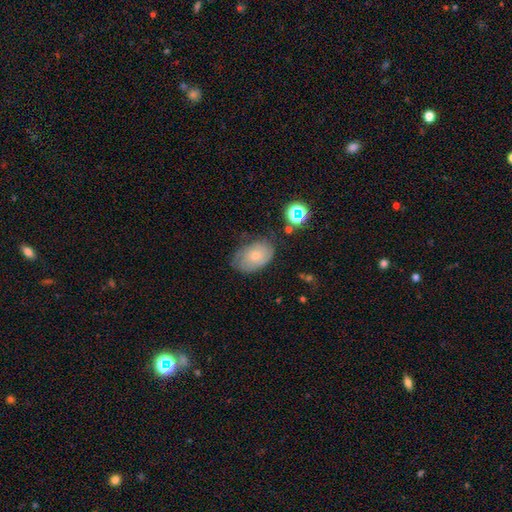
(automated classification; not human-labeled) A smooth galaxy with no disk features (53%) that is in between round and cigar-shaped (86%). Merging: none (61%).